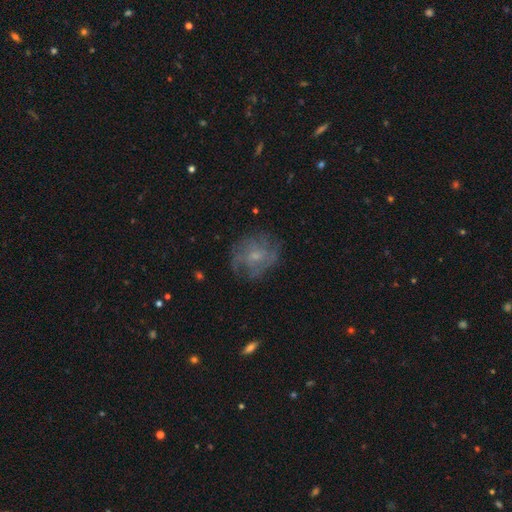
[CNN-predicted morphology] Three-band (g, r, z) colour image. It shows a featured or disk galaxy (60%) with no bar (73%), spiral arms (74%) and a small central bulge (63%). Merging: none (71%).